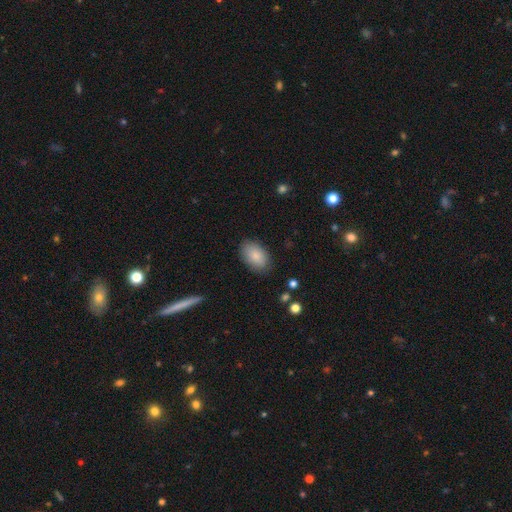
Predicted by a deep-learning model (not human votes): Morphology: type=smooth (86%); roundness=in between (92%); merging=none (85%).